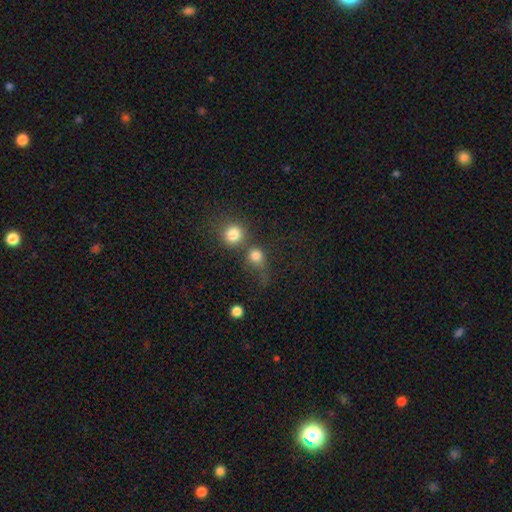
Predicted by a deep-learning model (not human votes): smooth-or-featured: smooth: 79% | star or artifact: 13% | featured or disk: 8%
  how-rounded: round: 82% | in between: 17% | cigar-shaped: 2%
  merging: none: 43% | merger: 34% | minor disturbance: 12% | major disturbance: 11%